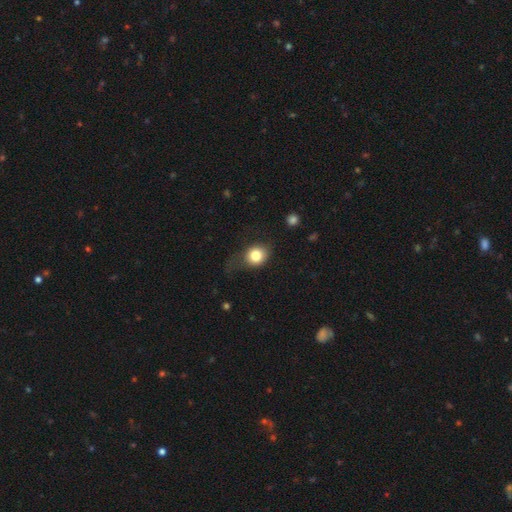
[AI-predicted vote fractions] Smooth or featured: smooth — 80% (featured or disk — 10%)
How rounded: round — 69% (in between — 30%)
Merging: none — 59% (minor disturbance — 24%)